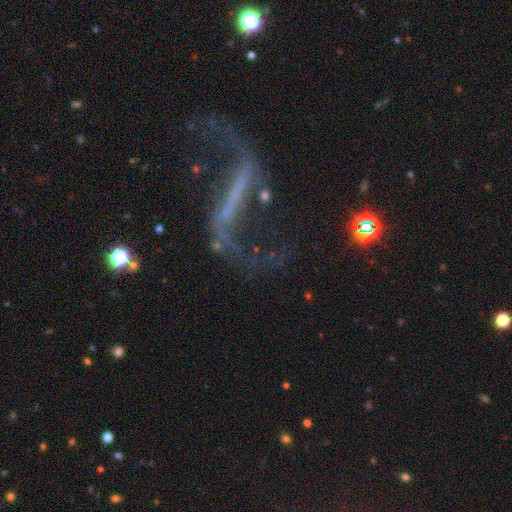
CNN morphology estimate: smooth-or-featured: featured or disk: 79% | star or artifact: 13% | smooth: 7%
  disk-edge-on: no: 89% | yes: 11%
    bar: strong: 68% | weak: 19% | no: 12%
    has-spiral-arms: yes: 85% | no: 15%
      spiral-winding: loose: 90% | medium: 7% | tight: 3%
      spiral-arm-count: 2: 92% | 1: 3% | can't tell: 2% | 3: 1% | more than 4: 1% | 4: 1%
    bulge-size: none: 69% | small: 22% | moderate: 5% | large: 2% | dominant: 1%
  merging: none: 65% | major disturbance: 18% | minor disturbance: 12% | merger: 4%